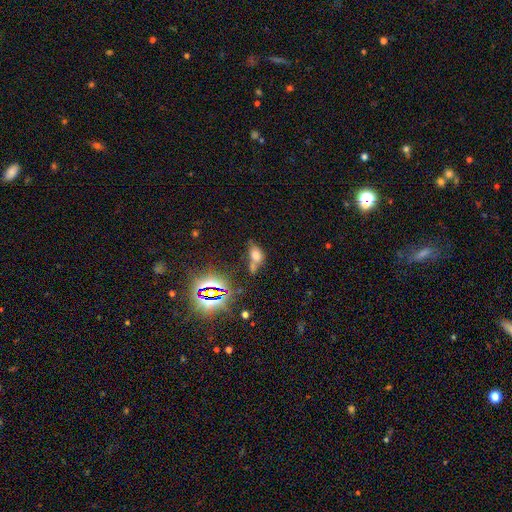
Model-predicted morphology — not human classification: smooth-or-featured: smooth: 58% | star or artifact: 25% | featured or disk: 16%
  how-rounded: in between: 79% | round: 16% | cigar-shaped: 5%
  merging: merger: 38% | none: 32% | minor disturbance: 18% | major disturbance: 13%